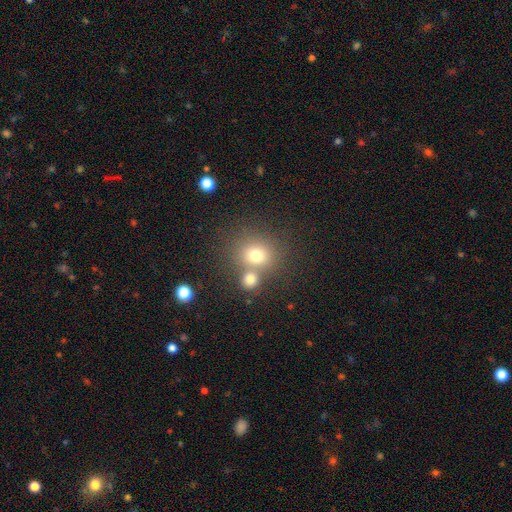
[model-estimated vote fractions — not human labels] Overall: smooth (73%). How rounded: round (79%). Merging: none (54%; merger 34%).